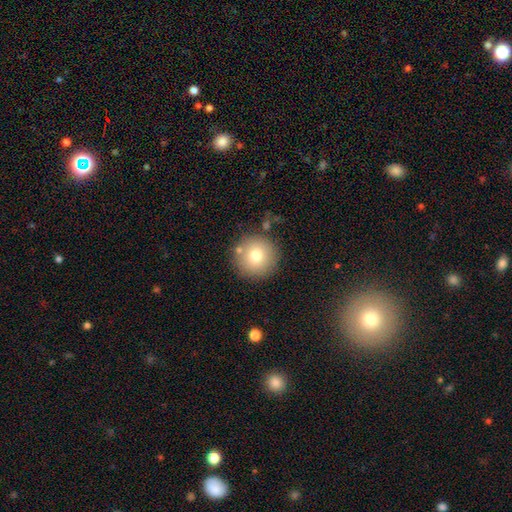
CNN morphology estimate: Q: Smooth or featured?
A: smooth (76%); runner-up: featured or disk (13%)
Q: How rounded?
A: round (96%); runner-up: in between (3%)
Q: Merging?
A: none (84%); runner-up: minor disturbance (8%)